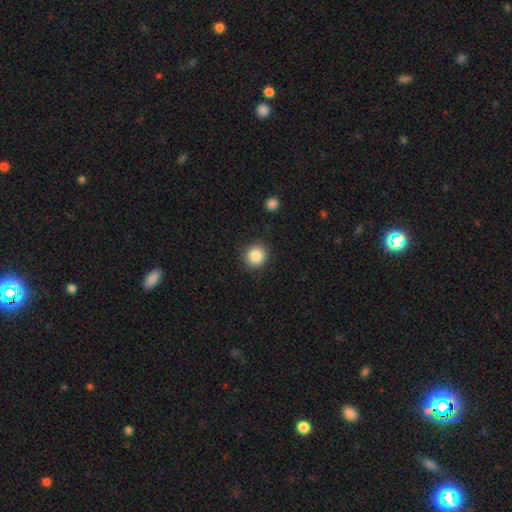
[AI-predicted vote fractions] smooth 86%, star or artifact 9%, featured or disk 5%. Down the decision tree: how rounded — round (92%); merging — none (90%).